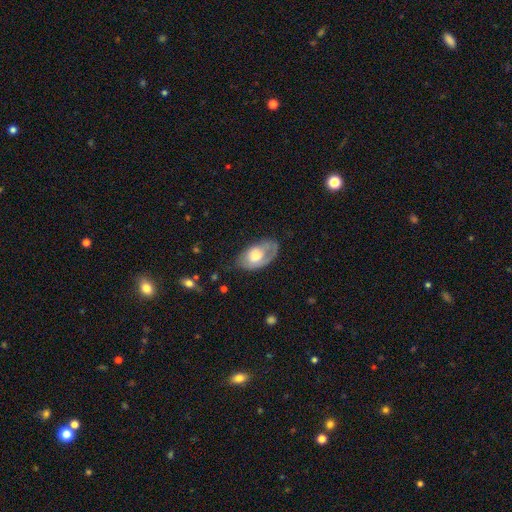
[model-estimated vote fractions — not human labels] Smooth or featured: smooth — 48% (featured or disk — 45%)
Merging: none — 49% (minor disturbance — 31%)